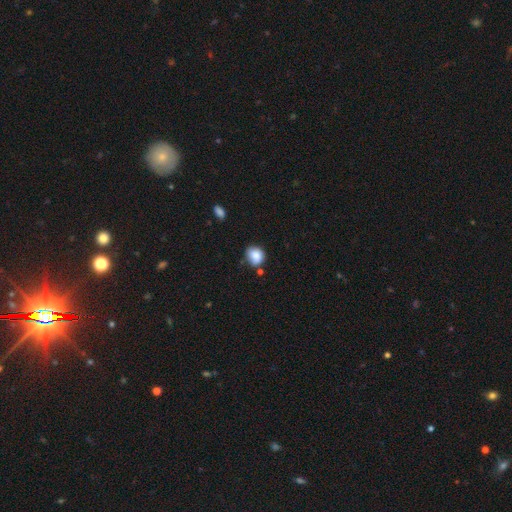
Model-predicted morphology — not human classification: Smooth or featured?
  - smooth: 85% *
  - star or artifact: 9%
  - featured or disk: 7%
How rounded?
  - round: 75% *
  - in between: 24%
  - cigar-shaped: 1%
Merging?
  - none: 62% *
  - minor disturbance: 25%
  - merger: 7%
  - major disturbance: 5%